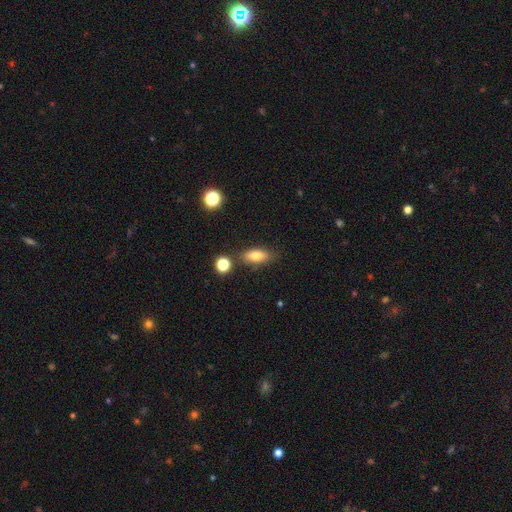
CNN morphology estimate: smooth-or-featured: smooth: 76% | featured or disk: 15% | star or artifact: 9%
  how-rounded: in between: 78% | cigar-shaped: 17% | round: 5%
  merging: none: 77% | minor disturbance: 14% | merger: 6% | major disturbance: 3%